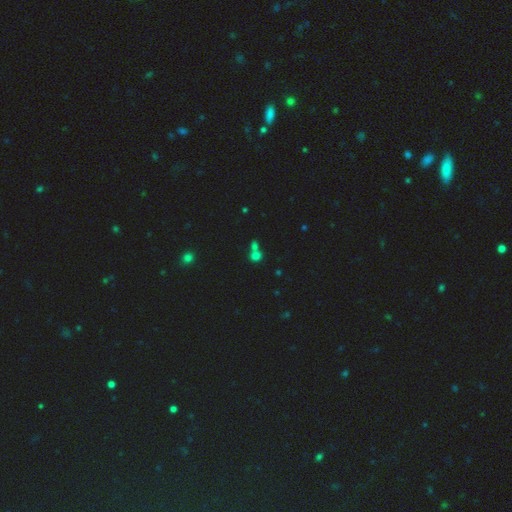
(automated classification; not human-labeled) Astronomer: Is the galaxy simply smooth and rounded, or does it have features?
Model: smooth — 63%.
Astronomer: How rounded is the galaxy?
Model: round — 79%.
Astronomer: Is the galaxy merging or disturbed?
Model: merger — 45% (runner-up: none, 44%).